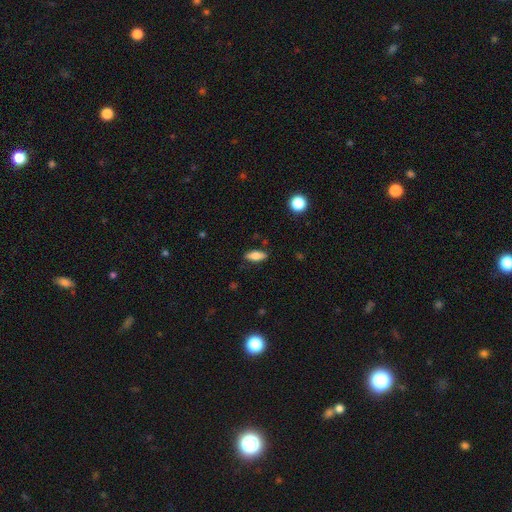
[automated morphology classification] smooth 75%, featured or disk 17%, star or artifact 7%. Down the decision tree: how rounded — in between (76%); merging — none (85%).